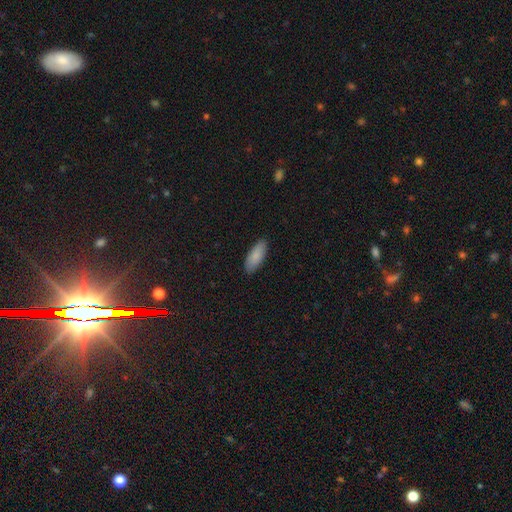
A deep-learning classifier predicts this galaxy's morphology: smooth 87%, featured or disk 7%, star or artifact 6%. Down the decision tree: how rounded — in between (78%); merging — none (88%).